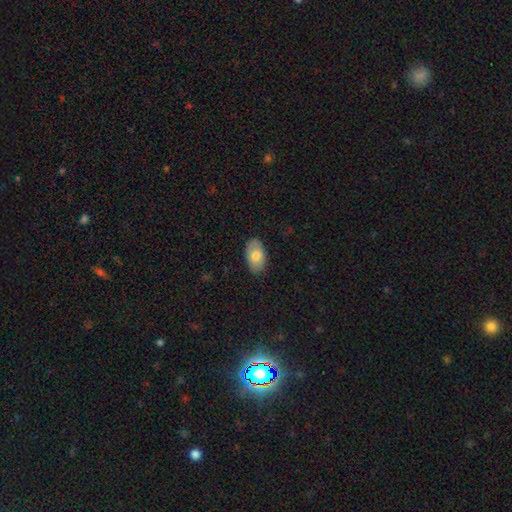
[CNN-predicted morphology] A smooth galaxy with no disk features (72%) that is in between round and cigar-shaped (94%).

Vote fractions:
- Smooth or featured? smooth: 72% / featured or disk: 21% / star or artifact: 6%
- How rounded? in between: 94% / round: 5% / cigar-shaped: 1%
- Merging? none: 86% / minor disturbance: 11% / major disturbance: 2% / merger: 1%